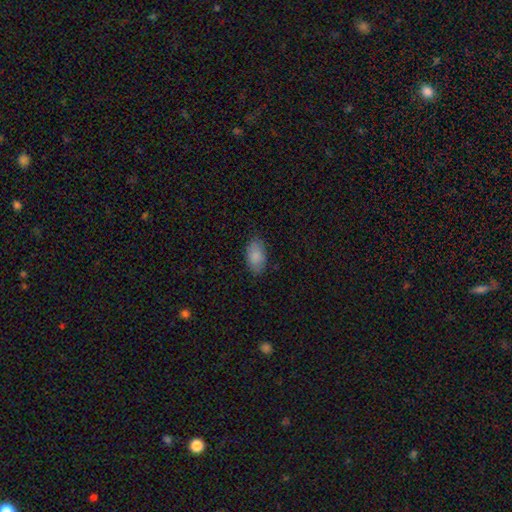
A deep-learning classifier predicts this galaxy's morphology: Q: Smooth or featured?
A: smooth (88%); runner-up: star or artifact (7%)
Q: How rounded?
A: in between (94%); runner-up: round (4%)
Q: Merging?
A: none (83%); runner-up: minor disturbance (13%)